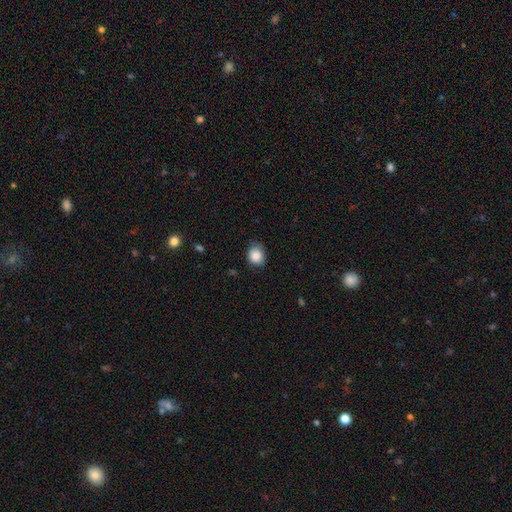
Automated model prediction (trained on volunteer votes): This appears to be a smooth galaxy with no disk features (86%) that is round (61%). Merging: none (71%).